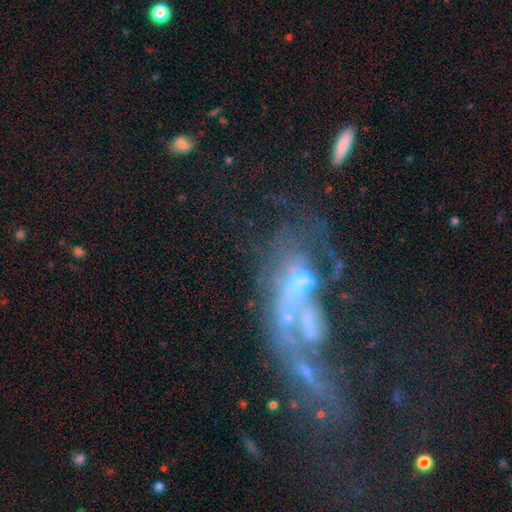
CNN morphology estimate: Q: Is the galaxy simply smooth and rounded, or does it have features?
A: featured or disk — 65%.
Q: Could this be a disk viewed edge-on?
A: no — 90%.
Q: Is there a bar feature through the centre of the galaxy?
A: no — 75%.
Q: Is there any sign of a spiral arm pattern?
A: no — 60%.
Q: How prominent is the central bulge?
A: small — 38%.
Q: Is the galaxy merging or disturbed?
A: merger — 37%.